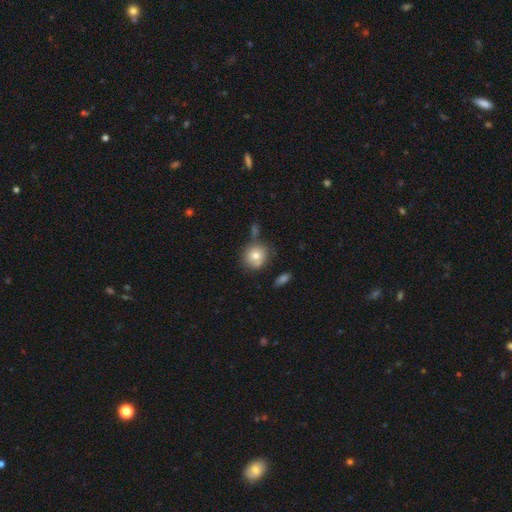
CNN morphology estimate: A smooth galaxy with no disk features (77%) that is round (87%).

Vote fractions:
- Smooth or featured? smooth: 77% / featured or disk: 14% / star or artifact: 9%
- How rounded? round: 87% / in between: 12% / cigar-shaped: 1%
- Merging? none: 64% / minor disturbance: 18% / merger: 12% / major disturbance: 5%